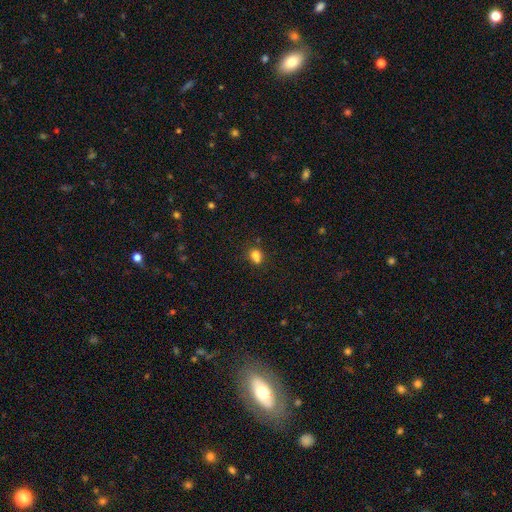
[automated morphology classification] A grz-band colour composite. It shows a smooth galaxy with no disk features (77%) that is round (54%). Merging: none (49%).